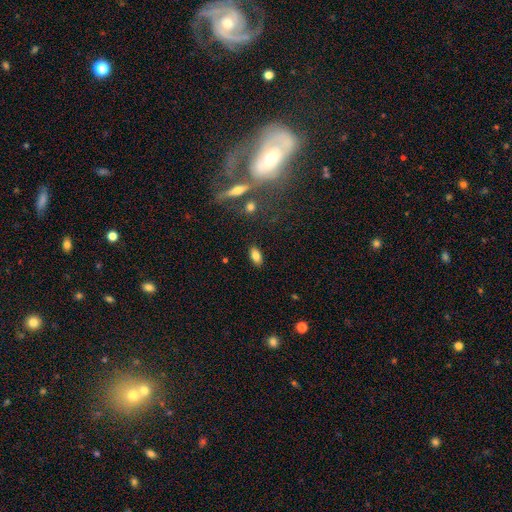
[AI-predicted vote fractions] smooth-or-featured: smooth: 82% | star or artifact: 9% | featured or disk: 9%
  how-rounded: in between: 89% | cigar-shaped: 6% | round: 5%
  merging: none: 87% | minor disturbance: 9% | major disturbance: 2% | merger: 2%